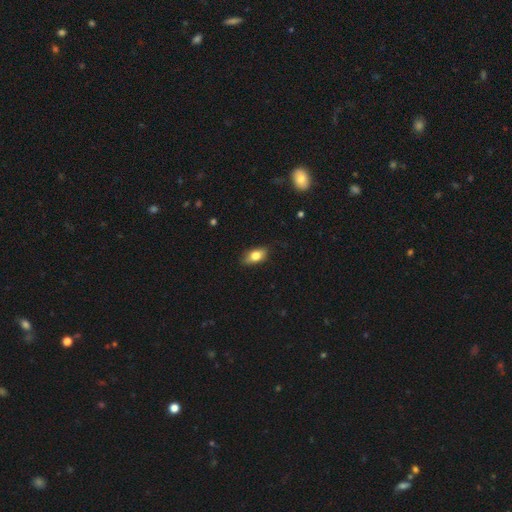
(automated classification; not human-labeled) A smooth galaxy with no disk features (77%) that is in between round and cigar-shaped (86%).

Vote fractions:
- Smooth or featured? smooth: 77% / featured or disk: 16% / star or artifact: 7%
- How rounded? in between: 86% / cigar-shaped: 7% / round: 6%
- Merging? none: 82% / minor disturbance: 15% / major disturbance: 2% / merger: 1%